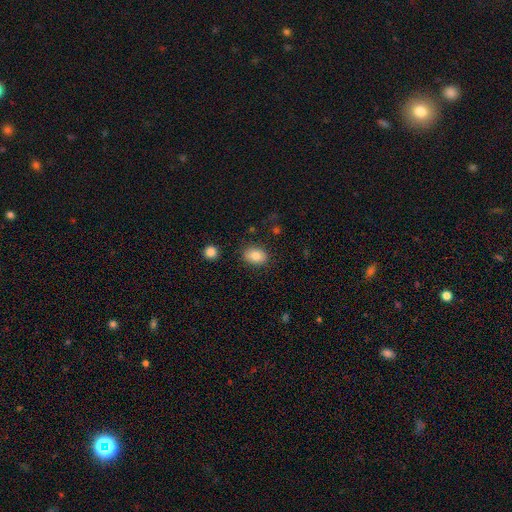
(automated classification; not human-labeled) Q: Smooth or featured?
A: smooth (83%); runner-up: featured or disk (9%)
Q: How rounded?
A: in between (71%); runner-up: round (28%)
Q: Merging?
A: none (86%); runner-up: minor disturbance (10%)